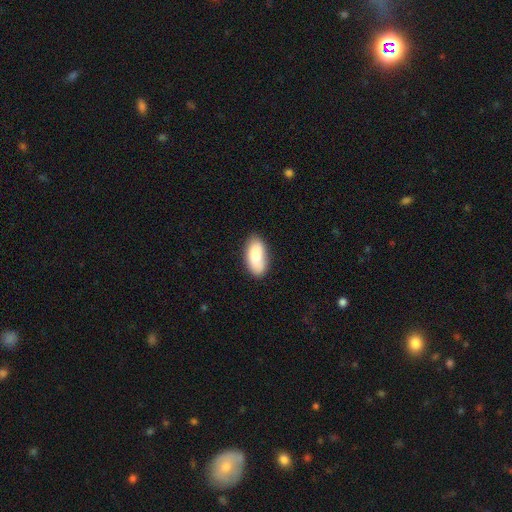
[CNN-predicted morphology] This appears to be a smooth galaxy with no disk features (84%) that is in between round and cigar-shaped (92%). Merging: none (79%).